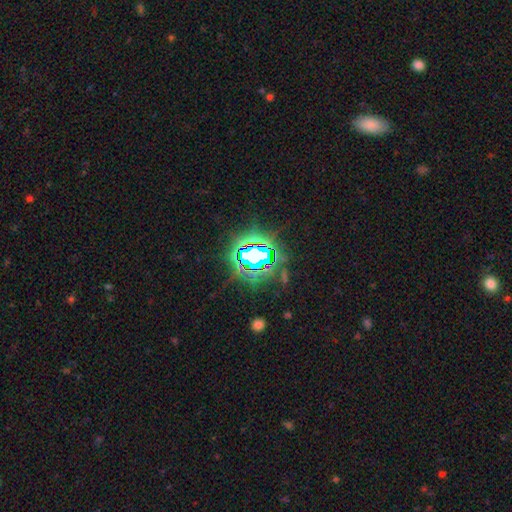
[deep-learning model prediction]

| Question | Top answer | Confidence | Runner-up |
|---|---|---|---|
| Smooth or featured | star or artifact | 79% | smooth (11%) |